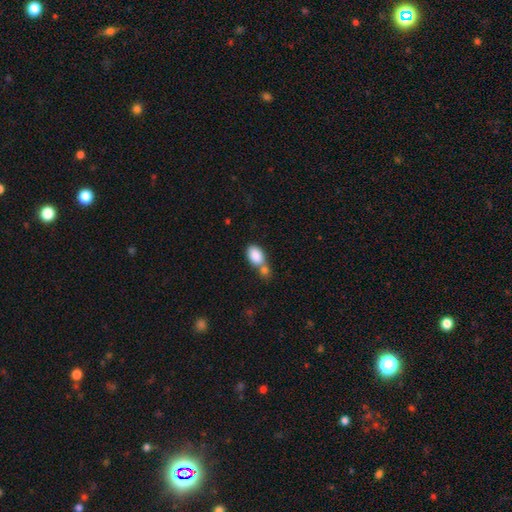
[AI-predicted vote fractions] This is clearly a smooth galaxy (86%). How rounded: clearly in between (88%). Merging: possibly merger (49%).